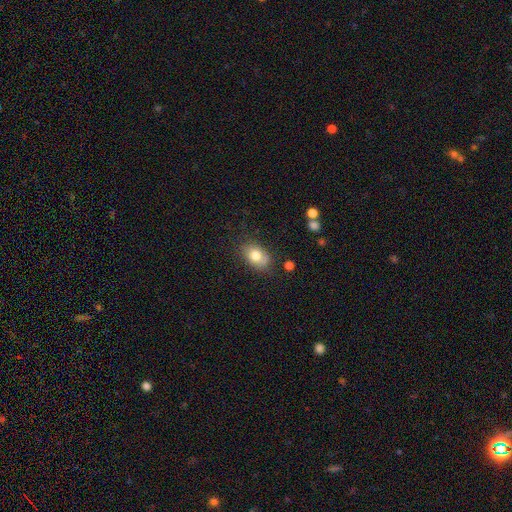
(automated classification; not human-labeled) This appears to be a smooth galaxy with no disk features (77%) that is in between round and cigar-shaped (79%). Merging: none (72%).